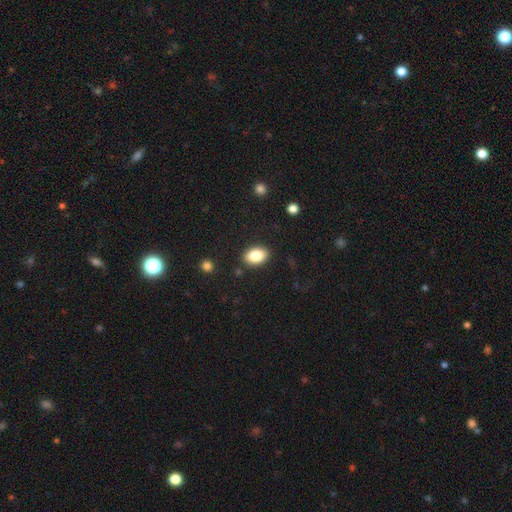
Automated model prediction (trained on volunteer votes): A smooth galaxy with no disk features (85%) that is in between round and cigar-shaped (88%).

Vote fractions:
- Smooth or featured? smooth: 85% / star or artifact: 8% / featured or disk: 7%
- How rounded? in between: 88% / round: 11% / cigar-shaped: 1%
- Merging? none: 87% / minor disturbance: 9% / major disturbance: 2% / merger: 2%